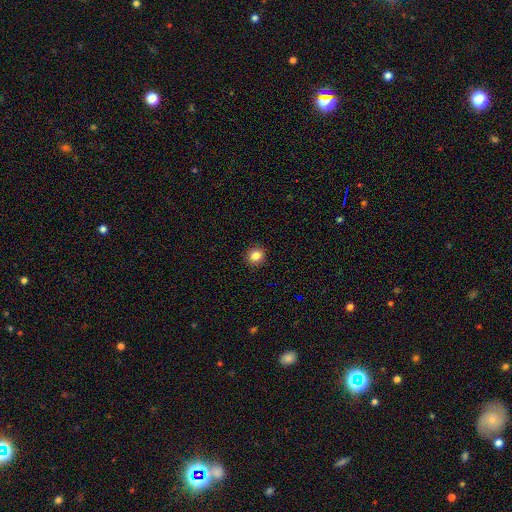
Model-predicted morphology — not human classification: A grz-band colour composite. It shows a smooth galaxy with no disk features (84%) that is round (86%). Merging: none (91%).